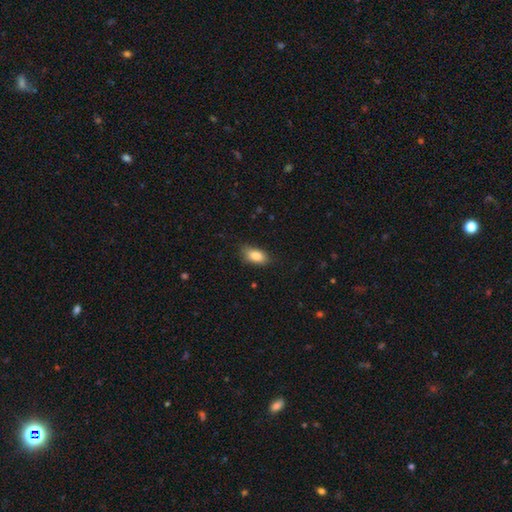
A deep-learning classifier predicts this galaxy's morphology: Q: Smooth or featured?
A: smooth (86%); runner-up: star or artifact (8%)
Q: How rounded?
A: in between (89%); runner-up: round (7%)
Q: Merging?
A: none (75%); runner-up: minor disturbance (20%)